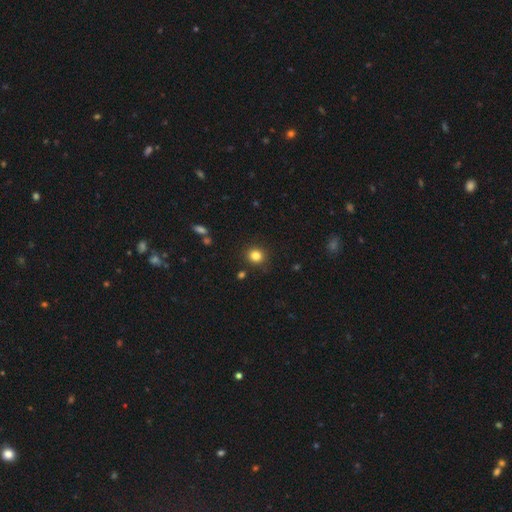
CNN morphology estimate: This appears to be a smooth galaxy with no disk features (82%) that is round (88%). Merging: none (89%).